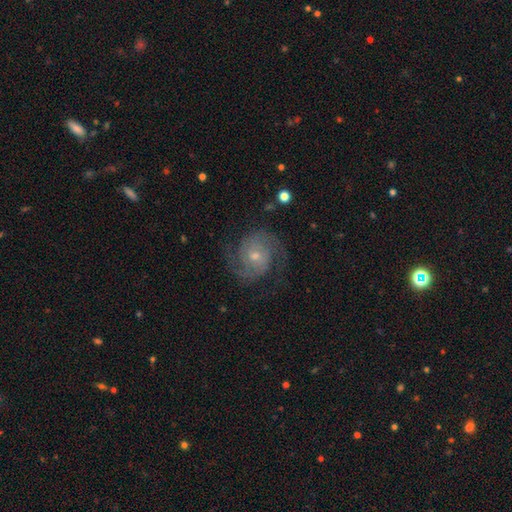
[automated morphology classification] Overall: featured or disk (88%). Edge-on disk: no (98%). Bar: no (64%; weak 31%). Spiral arms: yes (98%). Spiral arm count: 2 (86%). Spiral winding: medium (49%; tight 37%). Bulge size: small (49%; moderate 46%). Merging: none (78%).